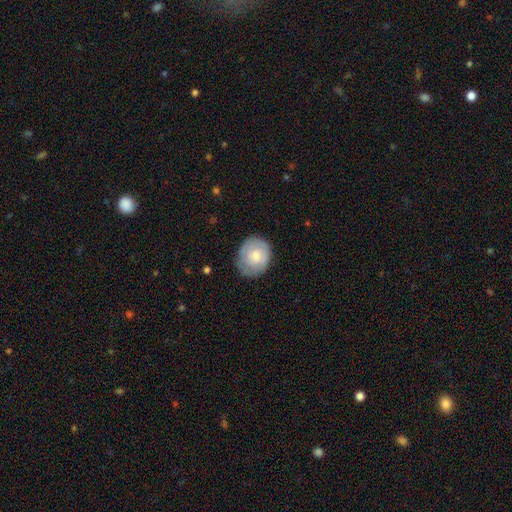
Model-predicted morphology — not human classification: This appears to be a smooth galaxy with no disk features (67%) that is round (62%). Merging: none (73%).